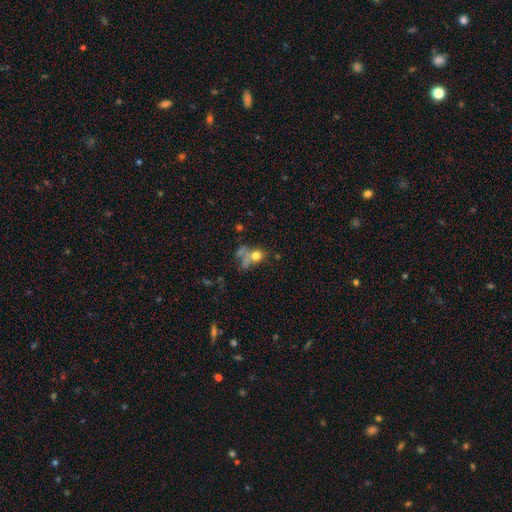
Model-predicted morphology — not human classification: A smooth galaxy with no disk features (63%) that is round (61%).

Vote fractions:
- Smooth or featured? smooth: 63% / featured or disk: 20% / star or artifact: 17%
- How rounded? round: 61% / in between: 36% / cigar-shaped: 3%
- Merging? merger: 33% (tied) / none: 33% (tied) / major disturbance: 21% / minor disturbance: 13%